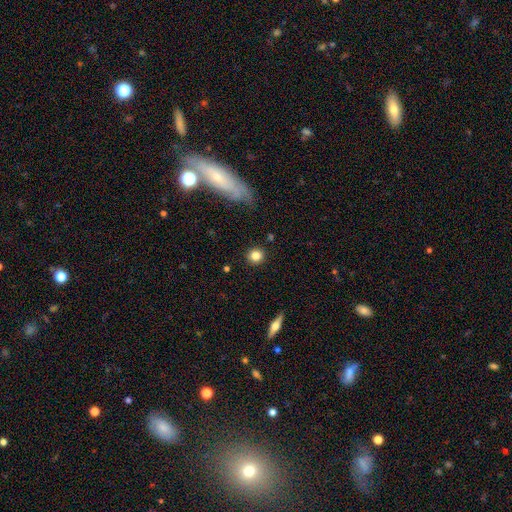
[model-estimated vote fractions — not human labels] smooth_or_featured: smooth (p=0.83) [alt: star or artifact p=0.10]
how_rounded: round (p=0.90) [alt: in between p=0.09]
merging: none (p=0.89) [alt: minor disturbance p=0.07]